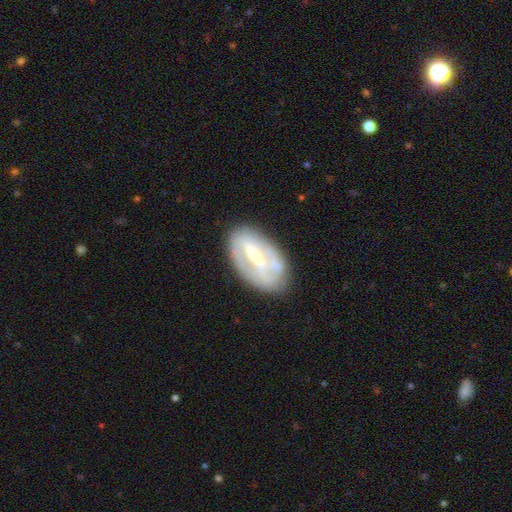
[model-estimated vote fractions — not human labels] Smooth or featured?
  - featured or disk: 65% *
  - smooth: 28%
  - star or artifact: 7%
Edge-on disk?
  - no: 92% *
  - yes: 8%
Bar?
  - strong: 47% *
  - weak: 33%
  - no: 20%
Spiral arms?
  - no: 54% *
  - yes: 46%
Bulge size?
  - small: 52% *
  - moderate: 38%
  - none: 5%
  - large: 3%
  - dominant: 1%
Merging?
  - none: 70% *
  - minor disturbance: 20%
  - major disturbance: 8%
  - merger: 3%